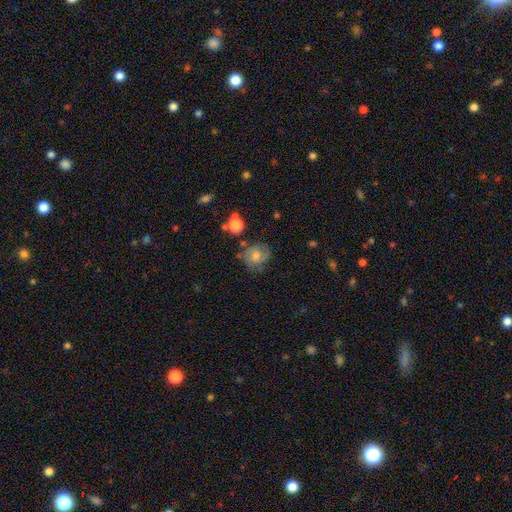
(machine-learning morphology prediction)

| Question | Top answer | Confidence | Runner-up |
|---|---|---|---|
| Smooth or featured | smooth | 51% | featured or disk (37%) |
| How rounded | round | 71% | in between (28%) |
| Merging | none | 63% | minor disturbance (22%) |